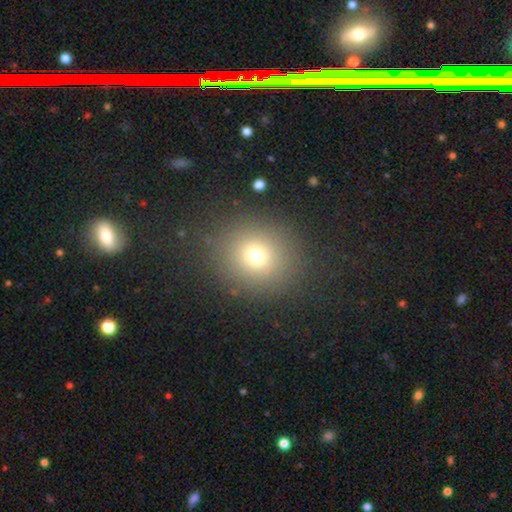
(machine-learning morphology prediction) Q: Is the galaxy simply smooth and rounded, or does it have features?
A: smooth — 72%.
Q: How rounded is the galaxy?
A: round — 85%.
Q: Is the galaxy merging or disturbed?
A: none — 86%.